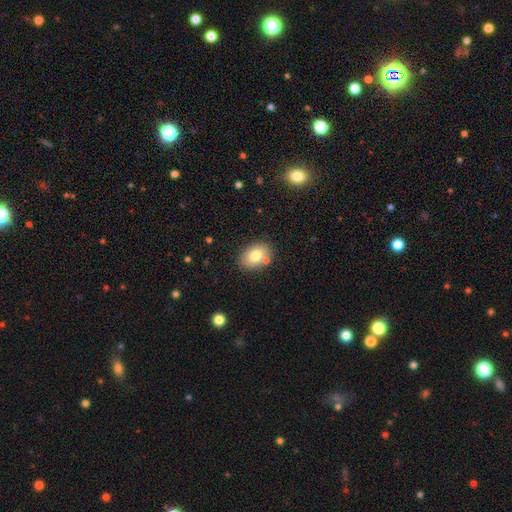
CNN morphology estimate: The model was most divided on "how rounded": in between: 76%, round: 23%, cigar-shaped: 1%. More confident: smooth or featured — smooth (77%); merging — none (76%).